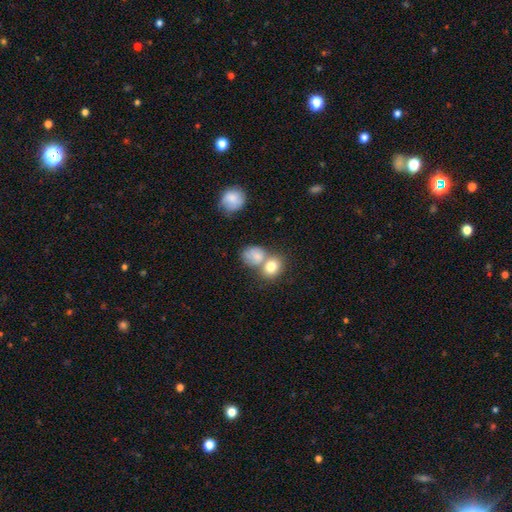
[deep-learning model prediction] This is likely a smooth galaxy (75%). How rounded: possibly round (53%). Merging: possibly merger (45%).